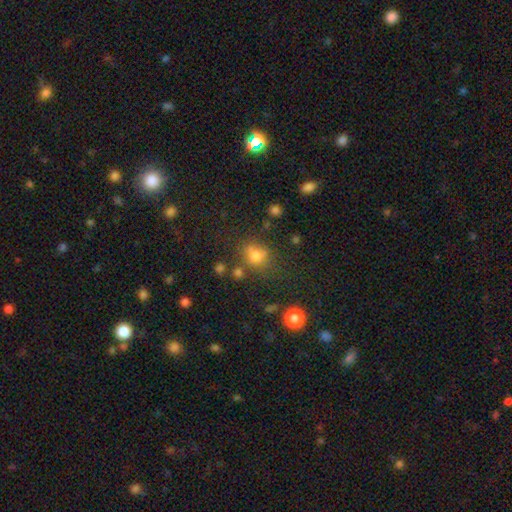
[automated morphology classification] This appears to be a smooth galaxy with no disk features (71%) that is round (69%). Merging: none (58%).